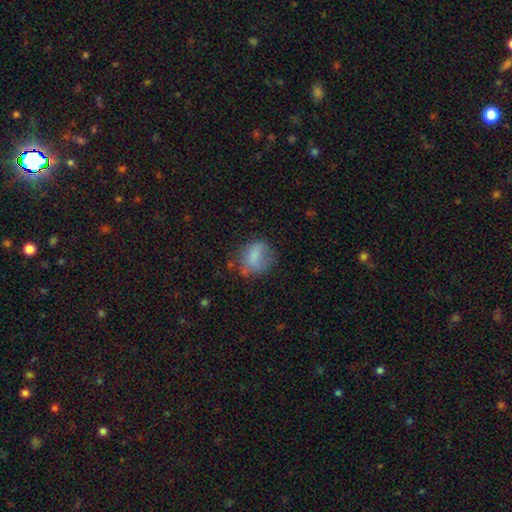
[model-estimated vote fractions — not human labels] Morphology: type=smooth (72%); roundness=in between (52%); merging=none (50%).